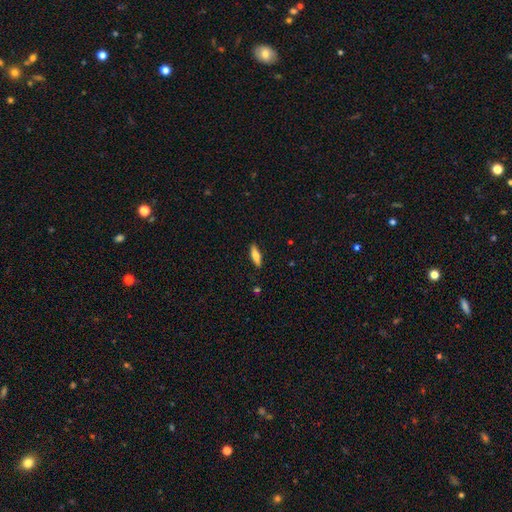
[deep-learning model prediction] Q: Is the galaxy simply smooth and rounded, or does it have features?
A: smooth — 67%.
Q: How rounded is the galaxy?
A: cigar-shaped — 54%.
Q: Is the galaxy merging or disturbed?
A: none — 88%.